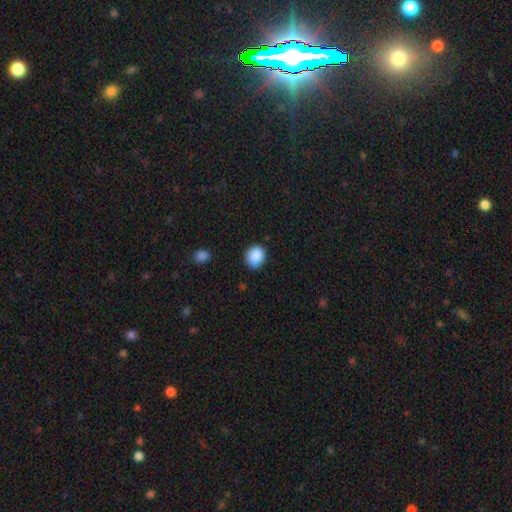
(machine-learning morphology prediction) Q: Smooth or featured?
A: smooth (88%); runner-up: star or artifact (8%)
Q: How rounded?
A: round (61%); runner-up: in between (38%)
Q: Merging?
A: none (82%); runner-up: minor disturbance (14%)